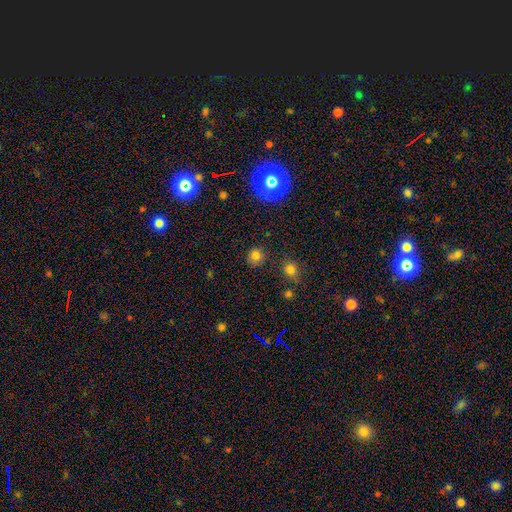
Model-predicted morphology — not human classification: A smooth galaxy with no disk features (74%) that is round (88%).

Vote fractions:
- Smooth or featured? smooth: 74% / star or artifact: 19% / featured or disk: 6%
- How rounded? round: 88% / in between: 11% / cigar-shaped: 1%
- Merging? none: 85% / minor disturbance: 10% / major disturbance: 3% / merger: 3%